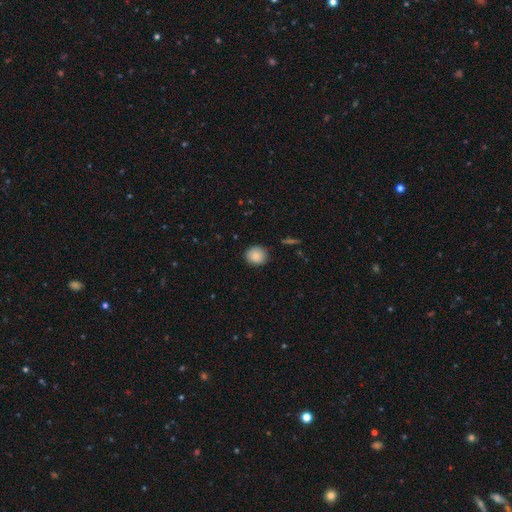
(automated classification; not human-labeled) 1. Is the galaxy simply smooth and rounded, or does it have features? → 87% smooth, 8% star or artifact, 5% featured or disk.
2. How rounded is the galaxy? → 83% round, 16% in between, 1% cigar-shaped.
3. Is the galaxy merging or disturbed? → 87% none, 10% minor disturbance, 2% major disturbance, 1% merger.